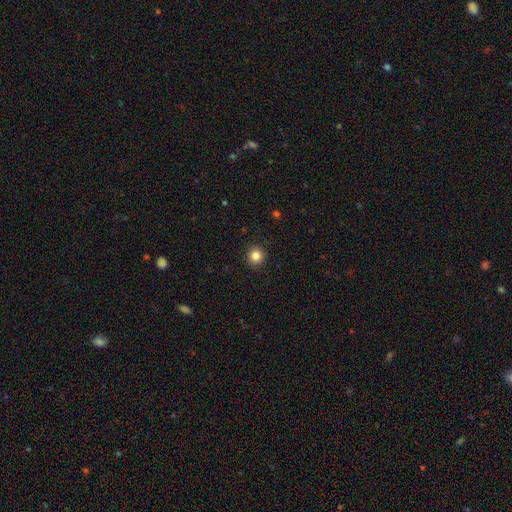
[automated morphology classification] Q: Smooth or featured?
A: smooth (84%); runner-up: star or artifact (11%)
Q: How rounded?
A: round (94%); runner-up: in between (5%)
Q: Merging?
A: none (93%); runner-up: minor disturbance (5%)